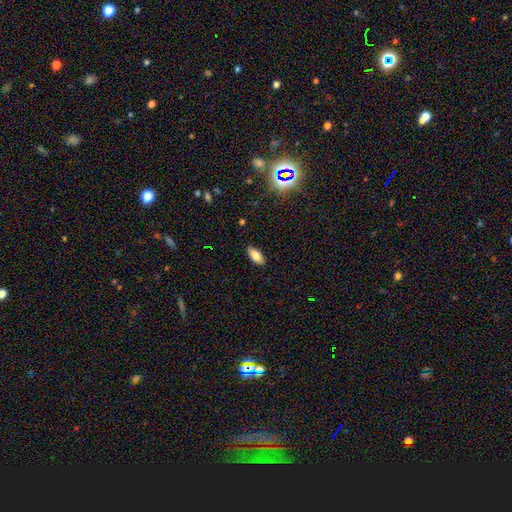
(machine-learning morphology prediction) smooth_or_featured: smooth (p=0.81) [alt: featured or disk p=0.10]
how_rounded: in between (p=0.86) [alt: cigar-shaped p=0.11]
merging: none (p=0.87) [alt: minor disturbance p=0.10]